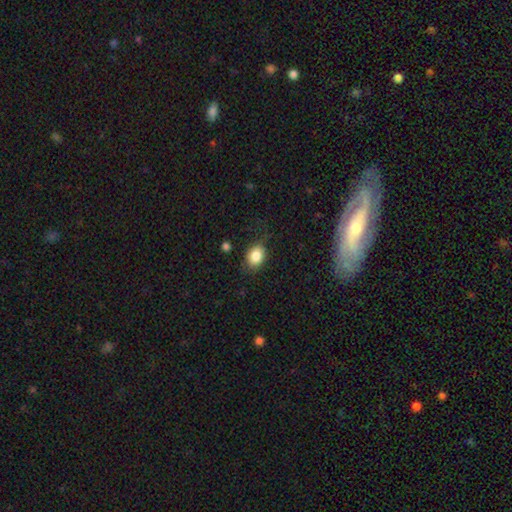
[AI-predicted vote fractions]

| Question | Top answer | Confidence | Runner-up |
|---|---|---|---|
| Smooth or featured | smooth | 85% | star or artifact (8%) |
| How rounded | in between | 65% | round (33%) |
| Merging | none | 71% | minor disturbance (21%) |